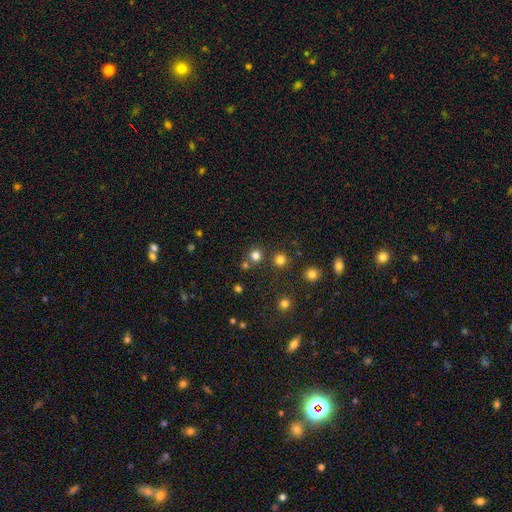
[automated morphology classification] smooth-or-featured: smooth: 76% | star or artifact: 19% | featured or disk: 5%
  how-rounded: round: 92% | in between: 7% | cigar-shaped: 1%
  merging: none: 77% | merger: 13% | minor disturbance: 7% | major disturbance: 3%